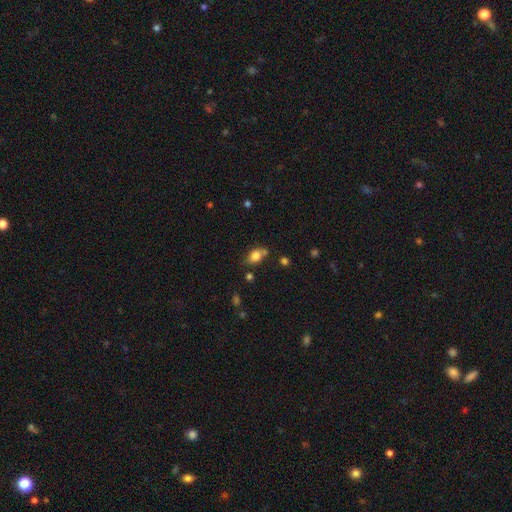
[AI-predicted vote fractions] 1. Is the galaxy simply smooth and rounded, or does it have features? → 80% smooth, 10% star or artifact, 10% featured or disk.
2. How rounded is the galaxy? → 70% in between, 27% round, 3% cigar-shaped.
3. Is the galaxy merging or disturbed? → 58% none, 20% minor disturbance, 16% merger, 6% major disturbance.